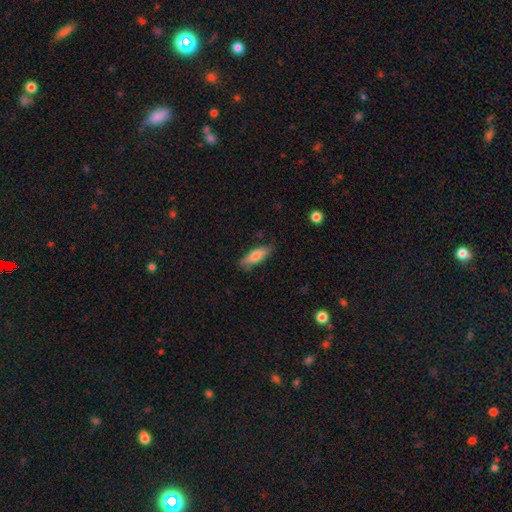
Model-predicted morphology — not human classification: Q: Smooth or featured?
A: smooth (75%); runner-up: featured or disk (19%)
Q: How rounded?
A: in between (53%); runner-up: cigar-shaped (45%)
Q: Merging?
A: none (78%); runner-up: minor disturbance (18%)